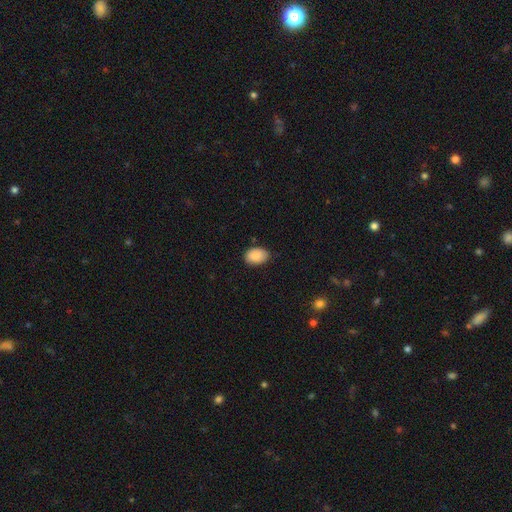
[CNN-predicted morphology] Overall: smooth (89%). How rounded: in between (86%). Merging: none (78%).